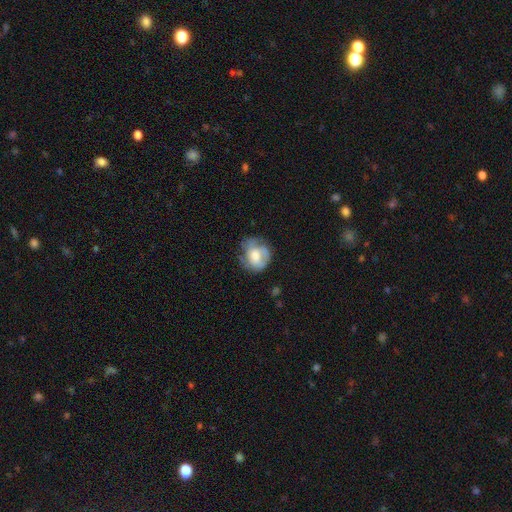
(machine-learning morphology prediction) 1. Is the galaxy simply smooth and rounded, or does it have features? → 54% featured or disk, 38% smooth, 8% star or artifact.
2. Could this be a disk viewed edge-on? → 97% no, 3% yes.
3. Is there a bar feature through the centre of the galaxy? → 63% no, 30% weak, 7% strong.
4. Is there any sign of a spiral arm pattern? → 73% yes, 27% no.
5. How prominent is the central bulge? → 47% moderate, 31% large, 13% small, 6% none, 3% dominant.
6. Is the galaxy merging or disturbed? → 56% none, 26% minor disturbance, 17% major disturbance, 2% merger.